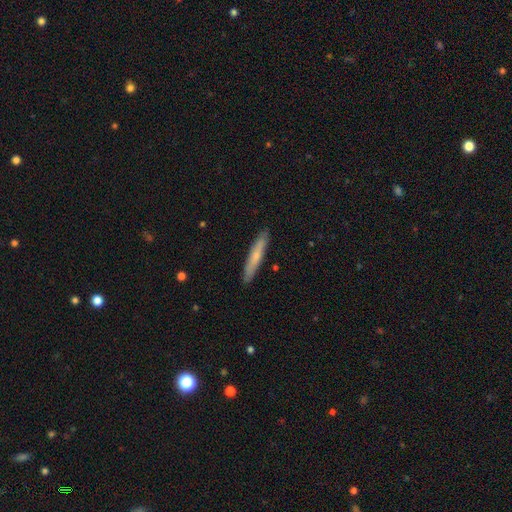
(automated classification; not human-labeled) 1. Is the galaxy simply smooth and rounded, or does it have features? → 63% smooth, 31% featured or disk, 6% star or artifact.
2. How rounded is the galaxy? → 94% cigar-shaped, 5% in between, 1% round.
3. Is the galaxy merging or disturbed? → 89% none, 8% minor disturbance, 1% major disturbance, 1% merger.